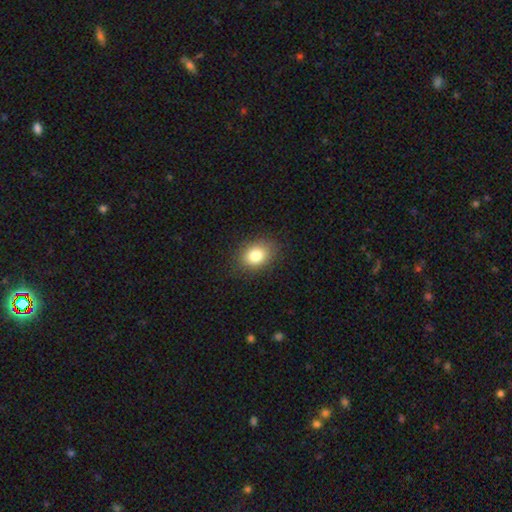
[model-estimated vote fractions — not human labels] The model was most divided on "how rounded": in between: 66%, round: 33%, cigar-shaped: 1%. More confident: merging — none (86%); smooth or featured — smooth (82%).